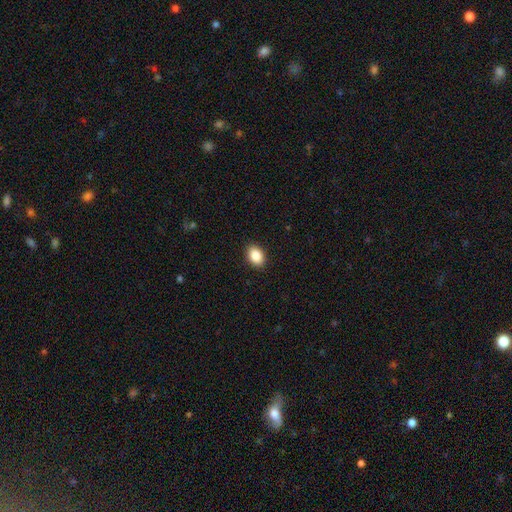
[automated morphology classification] Q: Smooth or featured?
A: smooth (89%); runner-up: star or artifact (7%)
Q: How rounded?
A: in between (80%); runner-up: round (19%)
Q: Merging?
A: none (90%); runner-up: minor disturbance (7%)